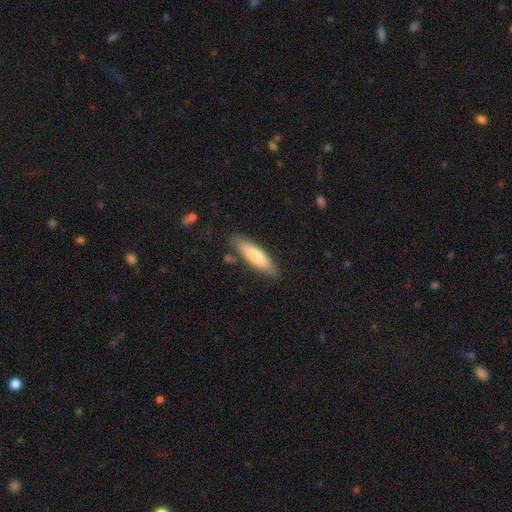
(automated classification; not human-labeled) Smooth or featured?
  - smooth: 75% *
  - featured or disk: 19%
  - star or artifact: 6%
How rounded?
  - cigar-shaped: 58% *
  - in between: 40%
  - round: 1%
Merging?
  - none: 80% *
  - minor disturbance: 14%
  - merger: 3%
  - major disturbance: 3%